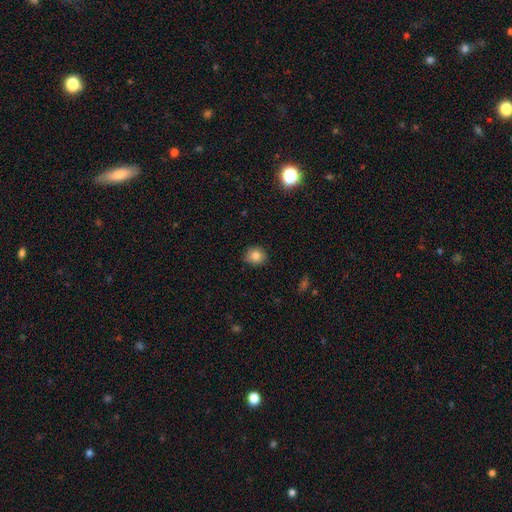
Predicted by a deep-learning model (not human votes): smooth 81%, star or artifact 11%, featured or disk 8%. Down the decision tree: how rounded — round (80%); merging — none (84%).